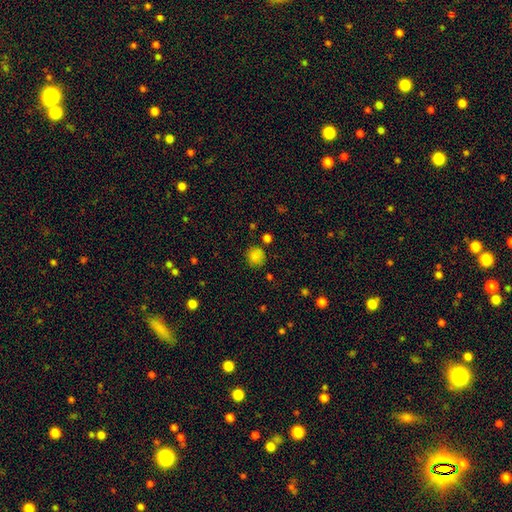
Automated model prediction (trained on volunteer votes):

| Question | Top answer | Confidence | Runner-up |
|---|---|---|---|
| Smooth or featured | smooth | 83% | star or artifact (12%) |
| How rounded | round | 88% | in between (11%) |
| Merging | none | 80% | minor disturbance (12%) |